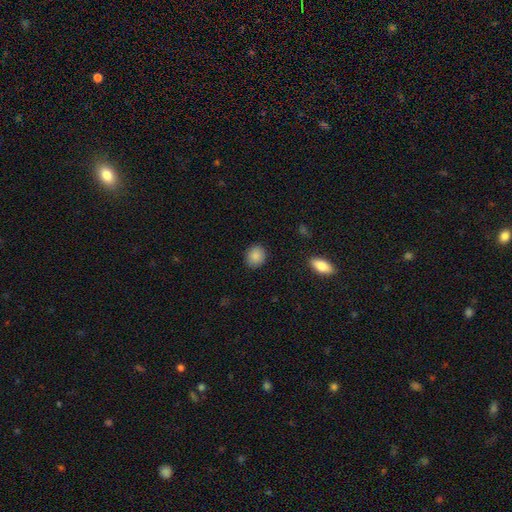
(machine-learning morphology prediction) Overall: smooth (88%). How rounded: round (72%). Merging: none (89%).